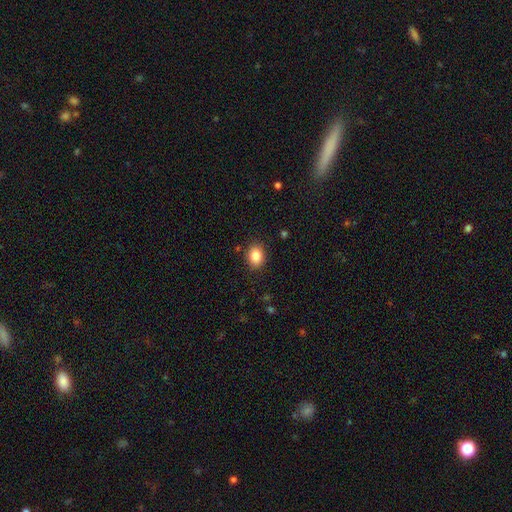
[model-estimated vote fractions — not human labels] Smooth or featured? smooth (85%)
How rounded? in between (56%)
Merging? none (87%)